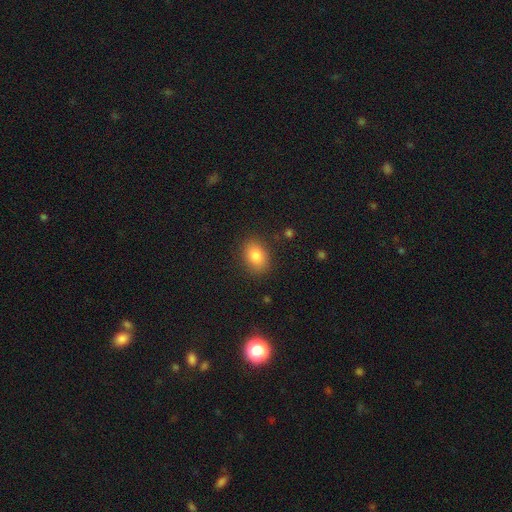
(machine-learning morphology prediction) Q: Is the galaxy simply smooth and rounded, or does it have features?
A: smooth — 84%.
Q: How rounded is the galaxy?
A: in between — 75%.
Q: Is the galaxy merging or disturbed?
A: none — 85%.